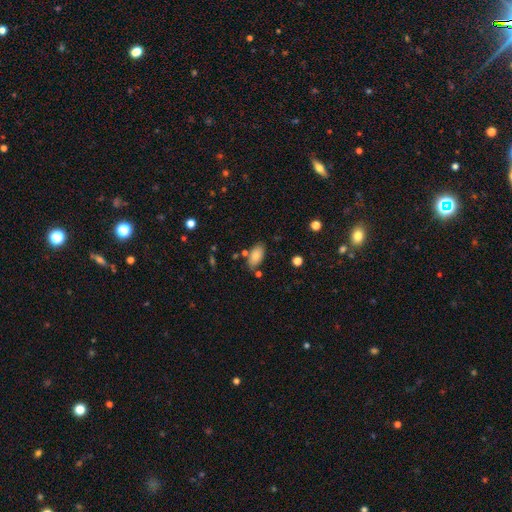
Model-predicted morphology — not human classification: Smooth or featured? smooth (83%)
How rounded? in between (93%)
Merging? none (78%)